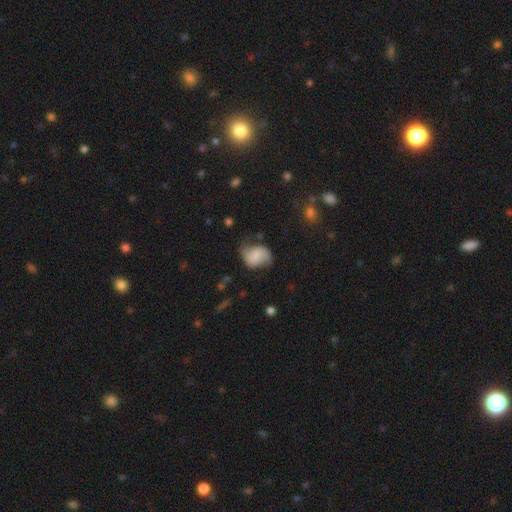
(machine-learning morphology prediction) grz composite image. It shows a featured or disk galaxy (55%) with no bar (55%), spiral arms (89%) and a small central bulge (45%). Merging: none (59%).